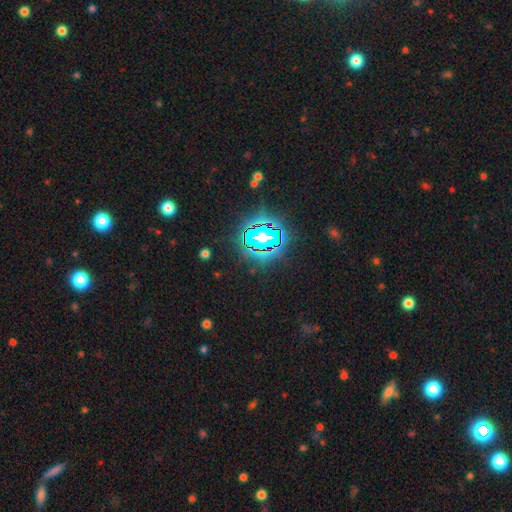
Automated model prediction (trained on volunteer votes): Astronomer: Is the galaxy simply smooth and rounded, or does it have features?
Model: star or artifact — 84%.